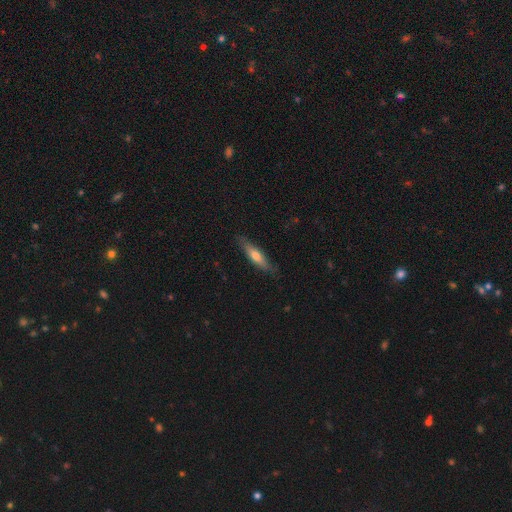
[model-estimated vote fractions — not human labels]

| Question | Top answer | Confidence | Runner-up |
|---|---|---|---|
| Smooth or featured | smooth | 56% | featured or disk (38%) |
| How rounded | cigar-shaped | 77% | in between (21%) |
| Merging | none | 83% | minor disturbance (13%) |